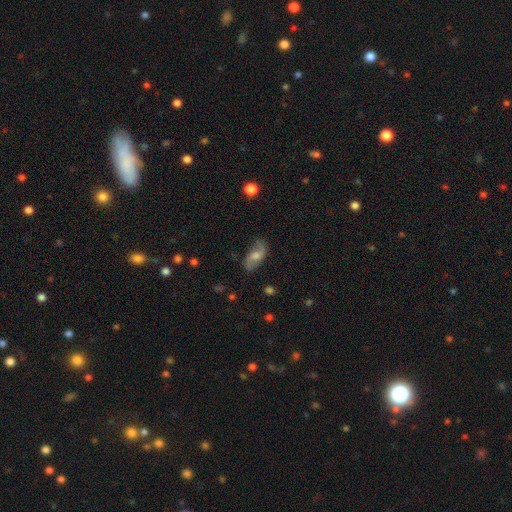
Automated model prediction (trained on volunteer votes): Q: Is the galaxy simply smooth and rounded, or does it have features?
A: featured or disk — 65%.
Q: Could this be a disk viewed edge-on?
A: no — 92%.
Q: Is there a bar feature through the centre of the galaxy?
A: no — 55%.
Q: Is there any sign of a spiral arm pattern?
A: yes — 89%.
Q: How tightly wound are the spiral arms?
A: loose — 62%.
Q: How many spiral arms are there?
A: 2 — 90%.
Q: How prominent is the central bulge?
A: moderate — 63%.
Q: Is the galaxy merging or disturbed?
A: none — 78%.